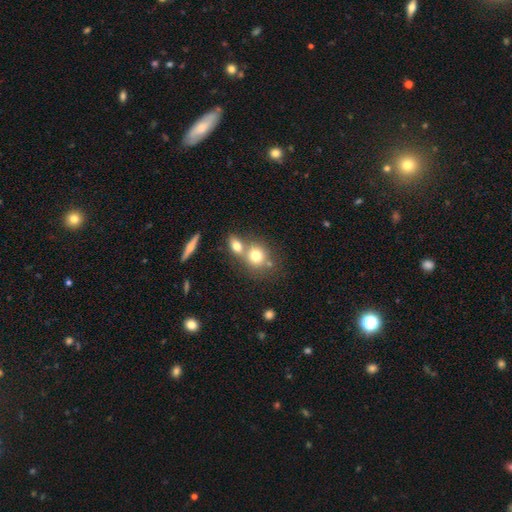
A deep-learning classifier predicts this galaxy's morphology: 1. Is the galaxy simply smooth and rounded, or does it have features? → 74% smooth, 15% featured or disk, 11% star or artifact.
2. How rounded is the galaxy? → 74% round, 24% in between, 1% cigar-shaped.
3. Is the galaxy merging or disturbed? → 49% merger, 40% none, 8% minor disturbance, 4% major disturbance.